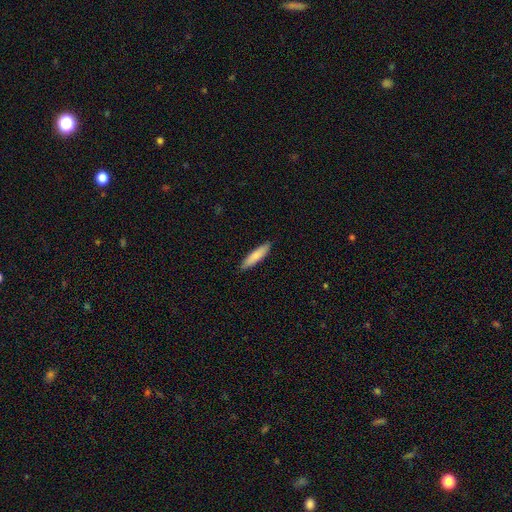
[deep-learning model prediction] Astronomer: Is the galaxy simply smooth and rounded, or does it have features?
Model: smooth — 79%.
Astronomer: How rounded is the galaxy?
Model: cigar-shaped — 77%.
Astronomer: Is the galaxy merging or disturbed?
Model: none — 89%.